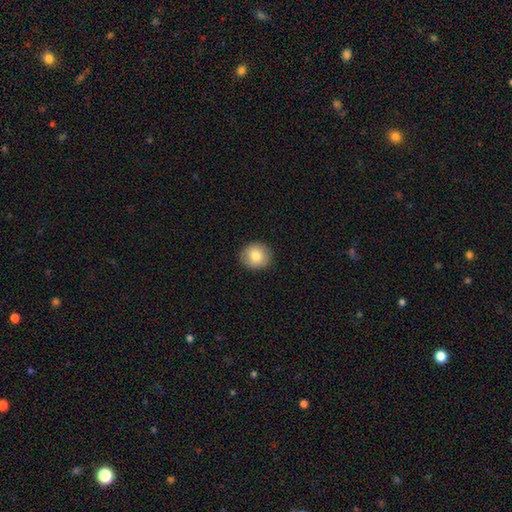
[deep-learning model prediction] Overall: smooth (82%). How rounded: round (82%). Merging: none (90%).